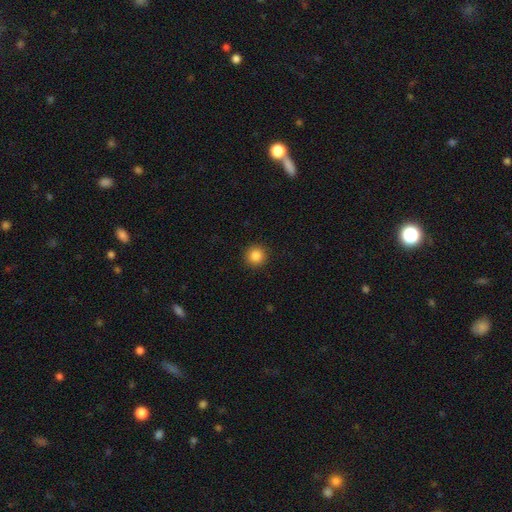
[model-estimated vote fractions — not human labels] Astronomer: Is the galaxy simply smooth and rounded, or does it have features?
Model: smooth — 86%.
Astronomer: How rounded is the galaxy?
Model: round — 95%.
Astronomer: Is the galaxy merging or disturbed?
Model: none — 93%.